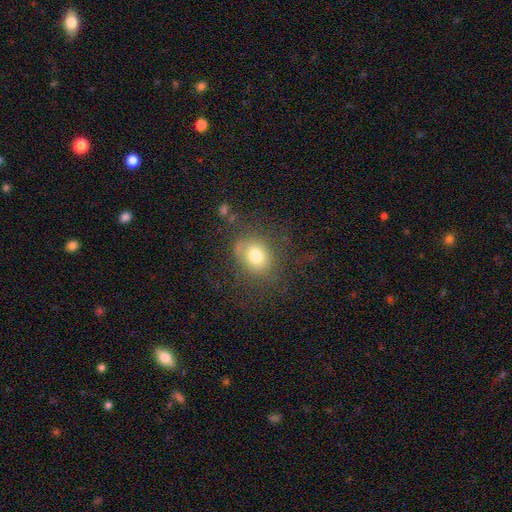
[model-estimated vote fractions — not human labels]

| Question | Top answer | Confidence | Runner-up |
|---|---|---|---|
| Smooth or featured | smooth | 74% | featured or disk (15%) |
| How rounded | round | 57% | in between (42%) |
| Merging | none | 70% | minor disturbance (17%) |